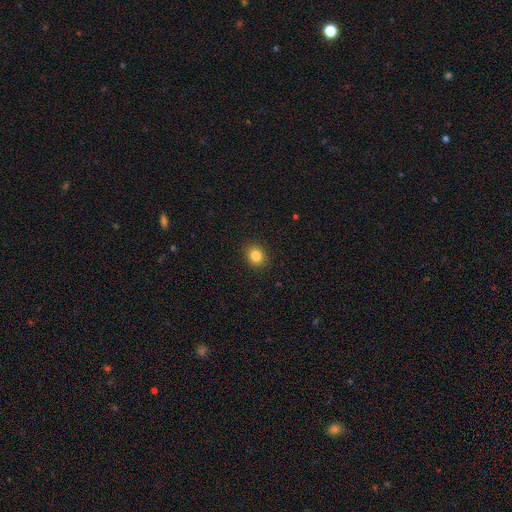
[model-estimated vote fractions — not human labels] Smooth or featured?
  - smooth: 85% *
  - star or artifact: 10%
  - featured or disk: 5%
How rounded?
  - round: 71% *
  - in between: 28%
  - cigar-shaped: 1%
Merging?
  - none: 90% *
  - minor disturbance: 7%
  - major disturbance: 2%
  - merger: 1%